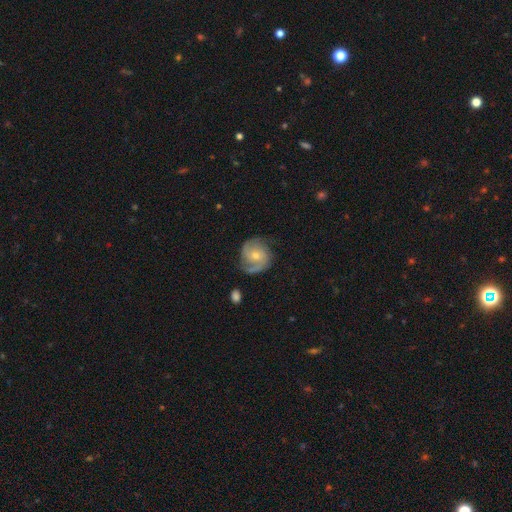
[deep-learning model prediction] Morphology: type=featured or disk (82%); edge-on=no (98%); bar=no (67%); spiral arms=yes (96%); winding=medium (46%); arm count=2 (76%); bulge=small (54%); merging=none (73%).